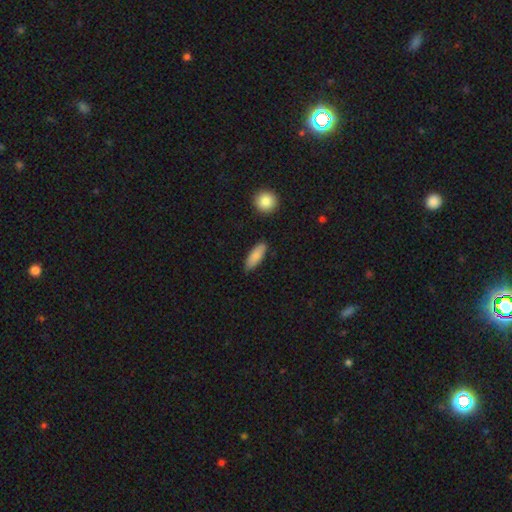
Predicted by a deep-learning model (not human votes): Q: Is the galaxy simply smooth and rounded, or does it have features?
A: smooth — 84%.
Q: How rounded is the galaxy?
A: in between — 64%.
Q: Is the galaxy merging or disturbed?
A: none — 83%.